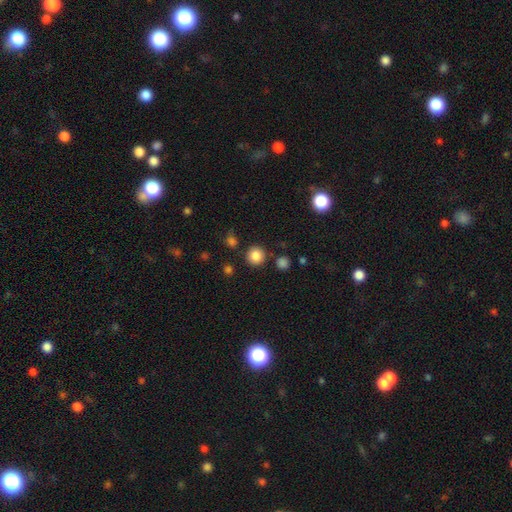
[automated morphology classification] This appears to be a smooth galaxy with no disk features (84%) that is round (94%). Merging: none (87%).